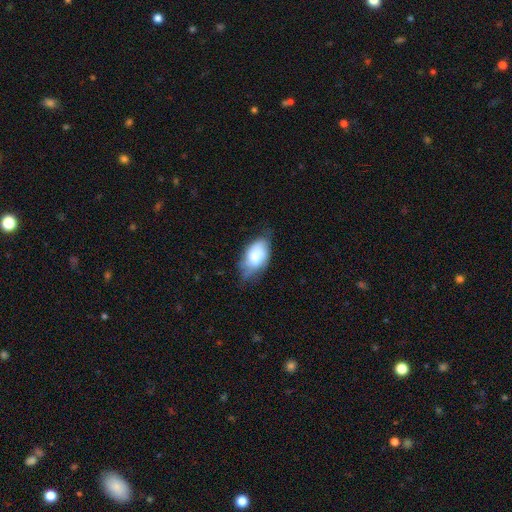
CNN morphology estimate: Smooth or featured? smooth (64%)
How rounded? in between (93%)
Merging? none (47%)